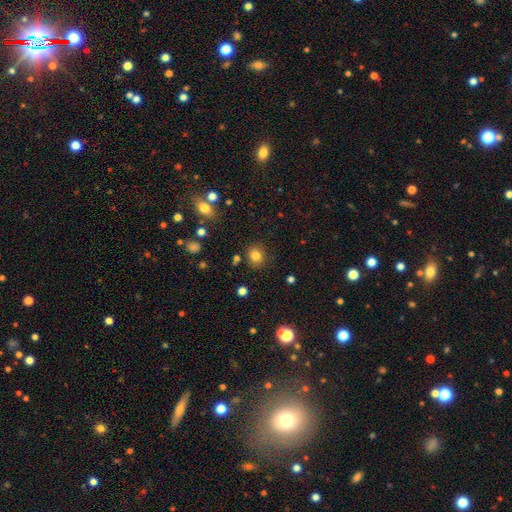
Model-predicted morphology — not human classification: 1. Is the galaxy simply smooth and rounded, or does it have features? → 81% smooth, 13% star or artifact, 6% featured or disk.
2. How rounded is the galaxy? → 81% round, 19% in between, 1% cigar-shaped.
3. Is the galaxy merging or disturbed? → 85% none, 9% minor disturbance, 3% merger, 3% major disturbance.